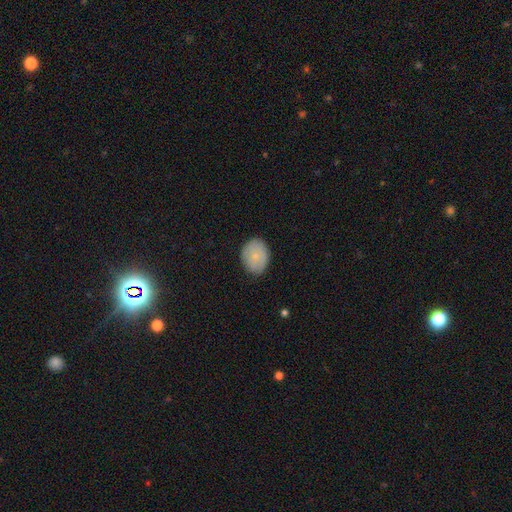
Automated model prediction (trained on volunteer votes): A smooth galaxy with no disk features (75%) that is in between round and cigar-shaped (59%).

Vote fractions:
- Smooth or featured? smooth: 75% / featured or disk: 18% / star or artifact: 7%
- How rounded? in between: 59% / round: 40% / cigar-shaped: 1%
- Merging? none: 79% / minor disturbance: 16% / major disturbance: 3% / merger: 1%